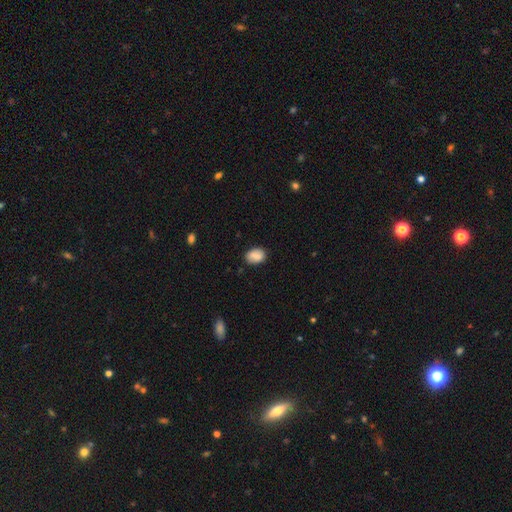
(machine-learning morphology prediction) A smooth galaxy with no disk features (87%) that is in between round and cigar-shaped (78%).

Vote fractions:
- Smooth or featured? smooth: 87% / star or artifact: 8% / featured or disk: 6%
- How rounded? in between: 78% / round: 21% / cigar-shaped: 1%
- Merging? none: 81% / minor disturbance: 15% / major disturbance: 3% / merger: 2%